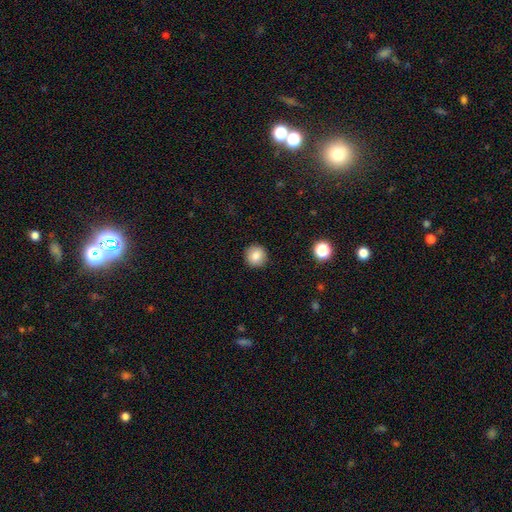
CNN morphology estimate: smooth_or_featured: smooth (p=0.84) [alt: star or artifact p=0.10]
how_rounded: round (p=0.95) [alt: in between p=0.04]
merging: none (p=0.92) [alt: minor disturbance p=0.05]